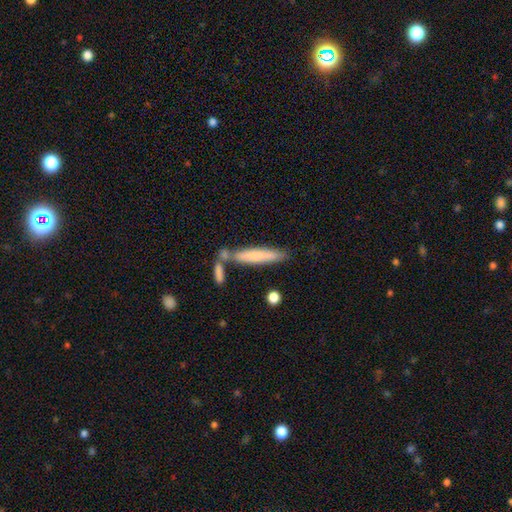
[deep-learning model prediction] Smooth or featured? Predicted: smooth (p=0.70). How rounded? Predicted: cigar-shaped (p=0.89). Merging? Predicted: none (p=0.62).